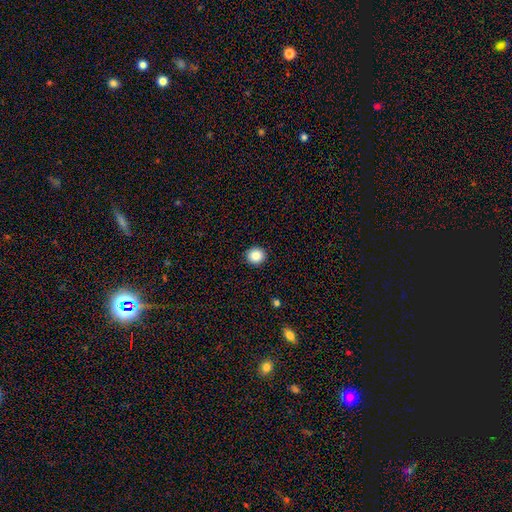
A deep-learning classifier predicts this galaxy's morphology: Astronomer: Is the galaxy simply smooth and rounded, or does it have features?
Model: smooth — 86%.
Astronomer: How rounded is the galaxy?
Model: round — 93%.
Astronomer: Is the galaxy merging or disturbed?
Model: none — 93%.